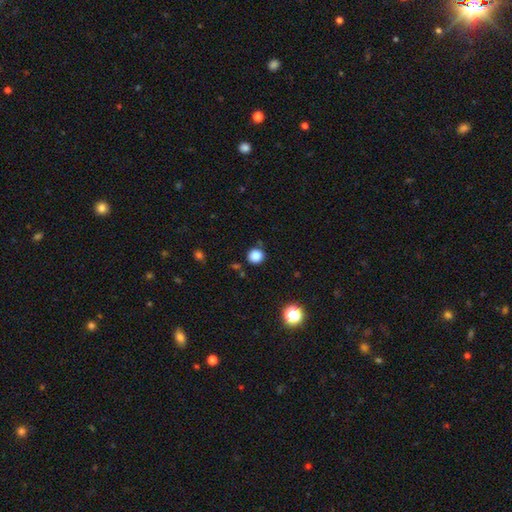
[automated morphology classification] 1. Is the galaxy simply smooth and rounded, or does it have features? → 85% smooth, 12% star or artifact, 3% featured or disk.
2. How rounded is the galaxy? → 92% round, 7% in between, 1% cigar-shaped.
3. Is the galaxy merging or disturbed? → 85% none, 9% minor disturbance, 4% merger, 3% major disturbance.